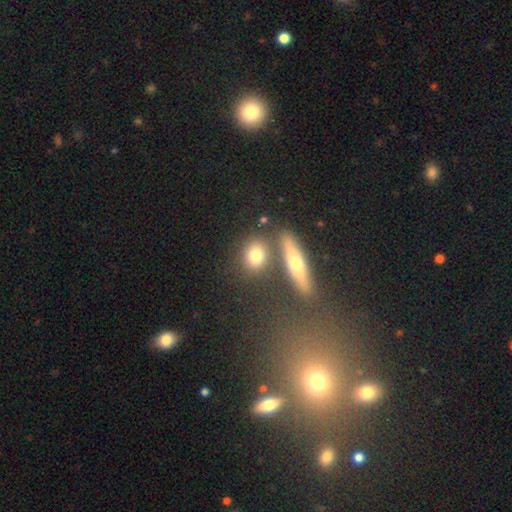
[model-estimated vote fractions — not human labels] This is likely a smooth galaxy (75%). How rounded: possibly round (58%). Merging: likely none (70%).